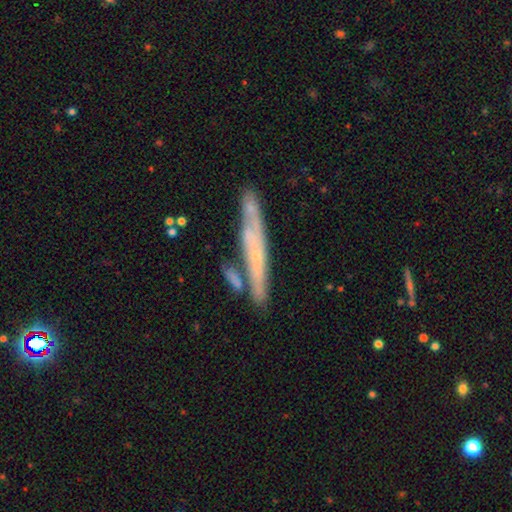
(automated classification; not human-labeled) Smooth or featured? Predicted: featured or disk (p=0.59). Edge-on disk? Predicted: yes (p=0.77). Merging? Predicted: none (p=0.65).